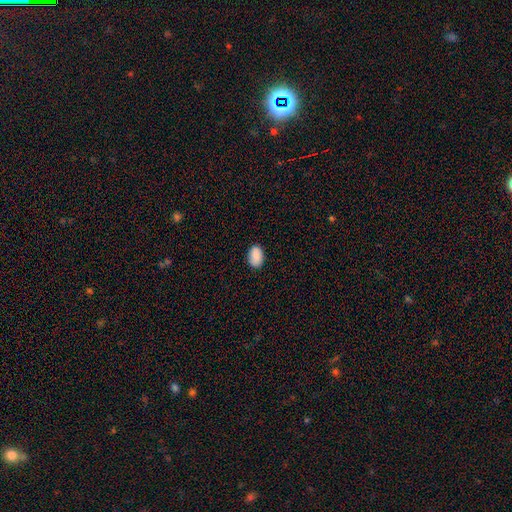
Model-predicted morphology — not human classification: Smooth or featured? Predicted: smooth (p=0.90). How rounded? Predicted: in between (p=0.86). Merging? Predicted: none (p=0.87).